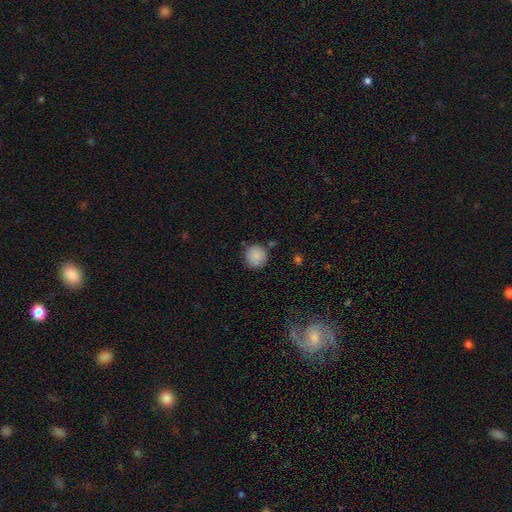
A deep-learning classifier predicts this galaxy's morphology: Smooth or featured? smooth (87%)
How rounded? round (92%)
Merging? none (81%)